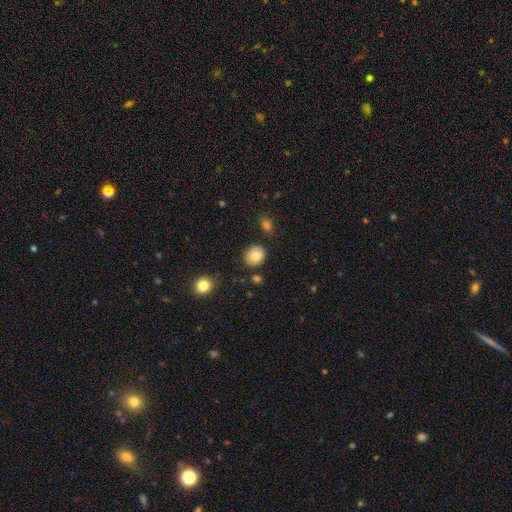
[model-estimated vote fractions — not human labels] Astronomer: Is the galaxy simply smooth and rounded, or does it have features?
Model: smooth — 84%.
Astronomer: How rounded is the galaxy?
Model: round — 71%.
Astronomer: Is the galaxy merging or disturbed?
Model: none — 82%.